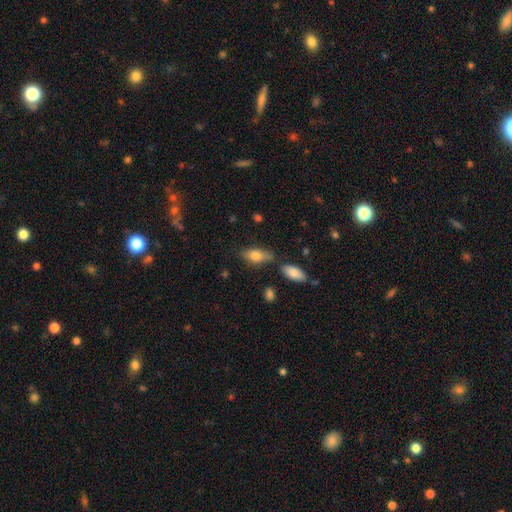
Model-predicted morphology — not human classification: Overall: smooth (78%). How rounded: in between (85%). Merging: none (65%).